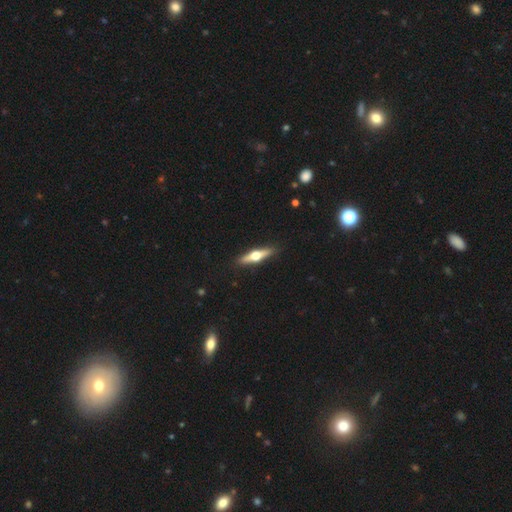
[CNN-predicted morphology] smooth_or_featured: featured or disk (p=0.65) [alt: smooth p=0.30]
disk_edge_on: yes (p=0.96) [alt: no p=0.04]
edge_on_bulge: rounded (p=0.96) [alt: boxy p=0.02]
merging: none (p=0.91) [alt: minor disturbance p=0.06]